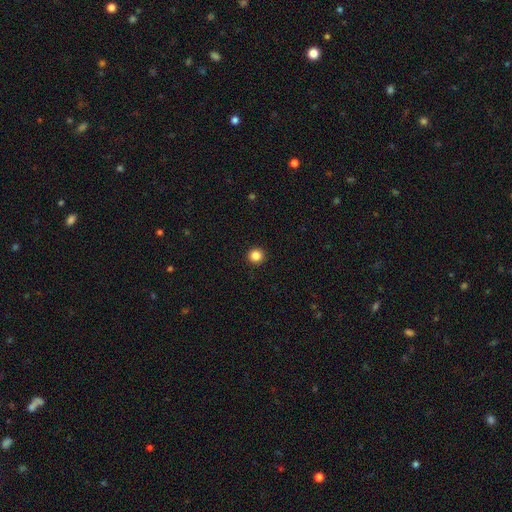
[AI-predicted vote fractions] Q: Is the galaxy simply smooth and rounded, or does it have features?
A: smooth — 85%.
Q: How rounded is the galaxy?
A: round — 96%.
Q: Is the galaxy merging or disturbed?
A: none — 94%.